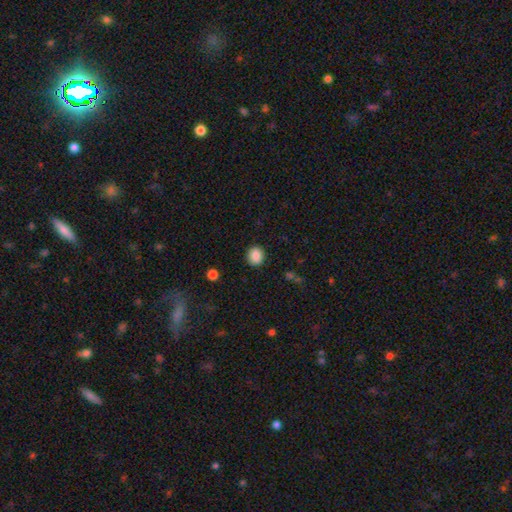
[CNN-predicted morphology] Overall: smooth (87%). How rounded: round (74%). Merging: none (89%).